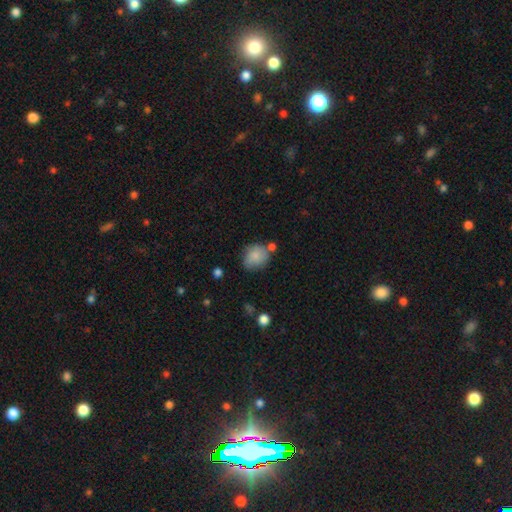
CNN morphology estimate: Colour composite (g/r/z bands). It shows a smooth galaxy with no disk features (81%) that is round (64%). Merging: none (58%).